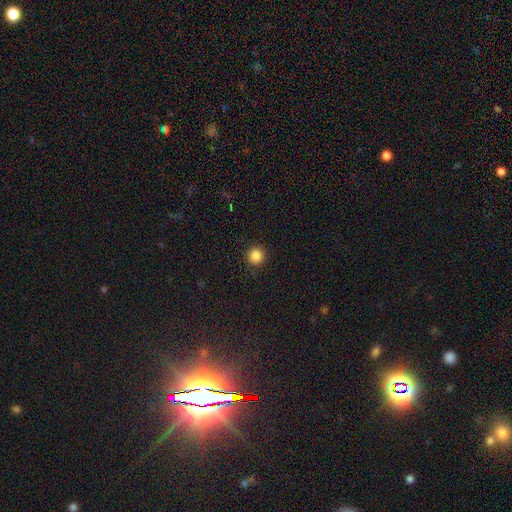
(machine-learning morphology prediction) A smooth galaxy with no disk features (86%) that is round (95%). Merging: none (90%).